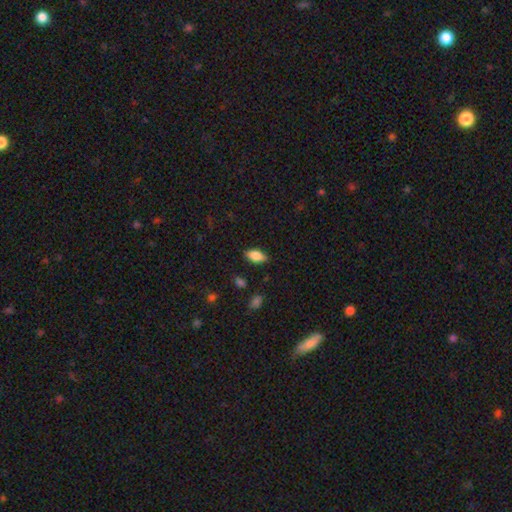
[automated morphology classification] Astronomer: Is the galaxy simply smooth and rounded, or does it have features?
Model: smooth — 82%.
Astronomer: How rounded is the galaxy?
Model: in between — 89%.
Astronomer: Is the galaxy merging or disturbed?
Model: none — 84%.